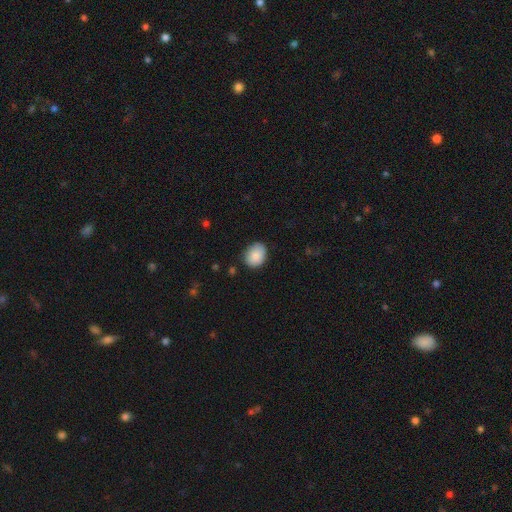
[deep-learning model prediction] A smooth galaxy with no disk features (86%) that is in between round and cigar-shaped (54%).

Vote fractions:
- Smooth or featured? smooth: 86% / star or artifact: 7% / featured or disk: 7%
- How rounded? in between: 54% / round: 45% / cigar-shaped: 1%
- Merging? none: 76% / minor disturbance: 19% / major disturbance: 3% / merger: 1%